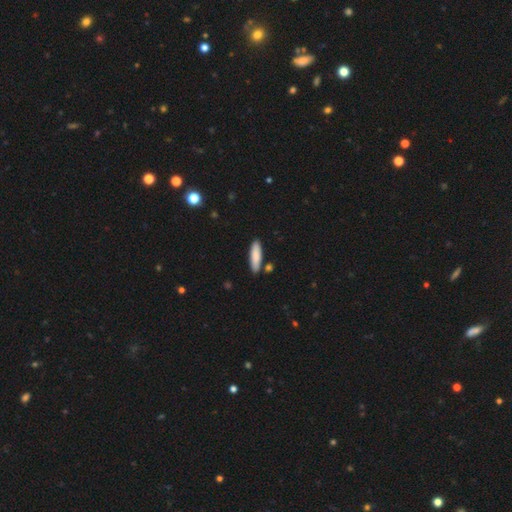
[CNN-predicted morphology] This is clearly a smooth galaxy (86%). How rounded: likely cigar-shaped (65%). Merging: clearly none (85%).